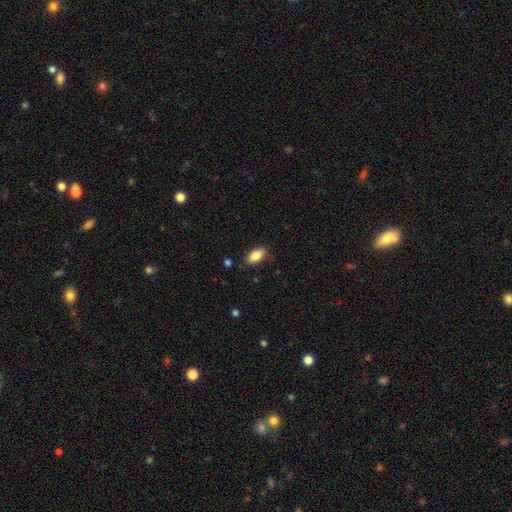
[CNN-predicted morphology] smooth-or-featured: smooth: 86% | star or artifact: 7% | featured or disk: 7%
  how-rounded: in between: 91% | cigar-shaped: 5% | round: 4%
  merging: none: 80% | minor disturbance: 15% | major disturbance: 3% | merger: 1%